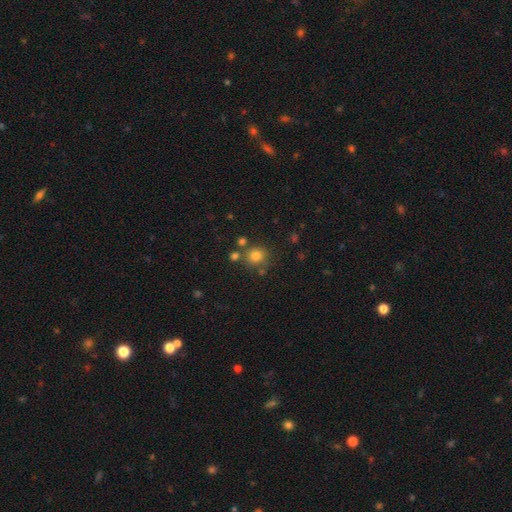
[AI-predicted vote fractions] smooth 78%, star or artifact 14%, featured or disk 7%. Down the decision tree: how rounded — round (88%); merging — none (72%).